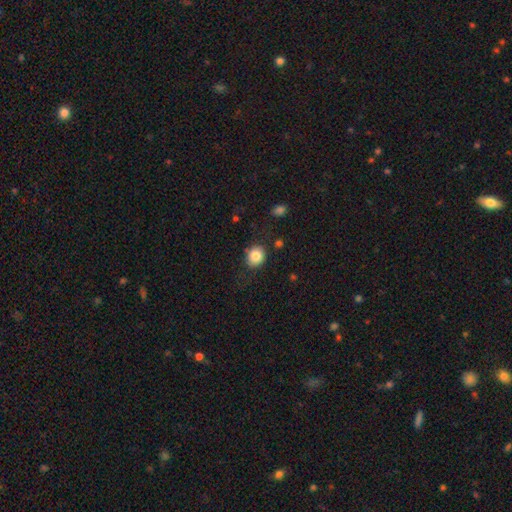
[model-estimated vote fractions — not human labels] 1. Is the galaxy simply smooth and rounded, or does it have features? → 83% smooth, 9% star or artifact, 8% featured or disk.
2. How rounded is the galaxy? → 73% round, 26% in between, 1% cigar-shaped.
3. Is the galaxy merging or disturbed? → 78% none, 14% minor disturbance, 5% major disturbance, 3% merger.